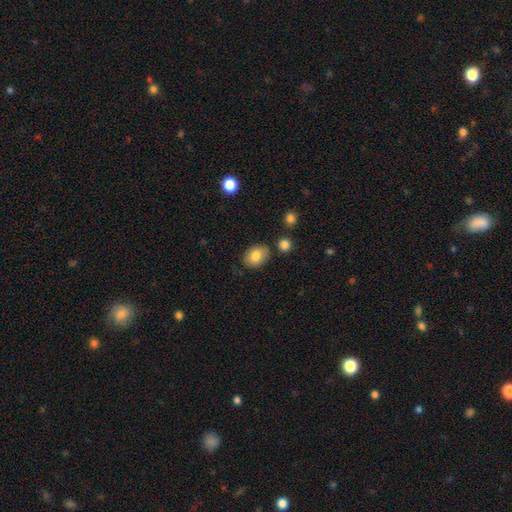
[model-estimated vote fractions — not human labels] This appears to be a smooth galaxy with no disk features (81%) that is in between round and cigar-shaped (69%). Merging: none (79%).